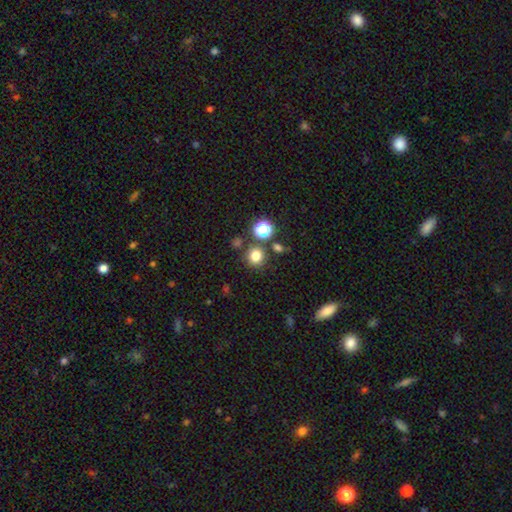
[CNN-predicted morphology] smooth-or-featured: smooth: 77% | star or artifact: 17% | featured or disk: 6%
  how-rounded: round: 89% | in between: 10% | cigar-shaped: 1%
  merging: none: 78% | merger: 10% | minor disturbance: 8% | major disturbance: 3%